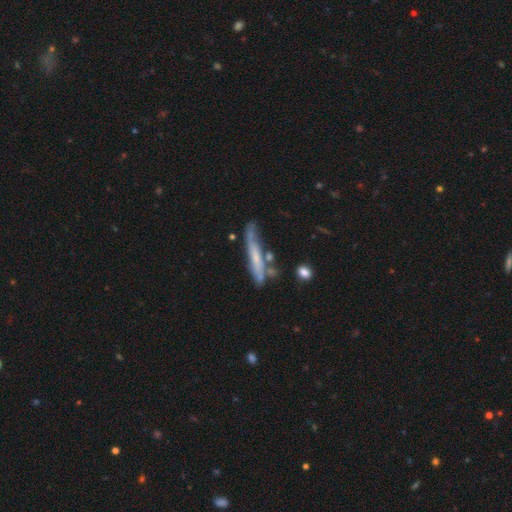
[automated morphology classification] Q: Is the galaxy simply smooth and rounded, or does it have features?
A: featured or disk — 52%.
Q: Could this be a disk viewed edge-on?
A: yes — 70%.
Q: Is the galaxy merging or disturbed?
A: none — 54%.